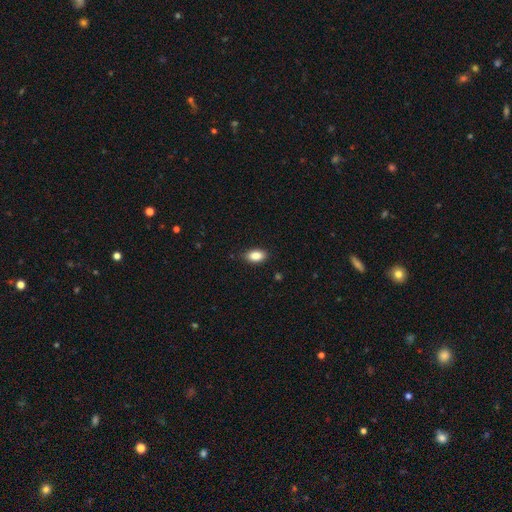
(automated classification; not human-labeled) Smooth or featured?
  - smooth: 87% *
  - star or artifact: 8%
  - featured or disk: 5%
How rounded?
  - in between: 90% *
  - round: 7%
  - cigar-shaped: 2%
Merging?
  - none: 86% *
  - minor disturbance: 11%
  - major disturbance: 2%
  - merger: 1%